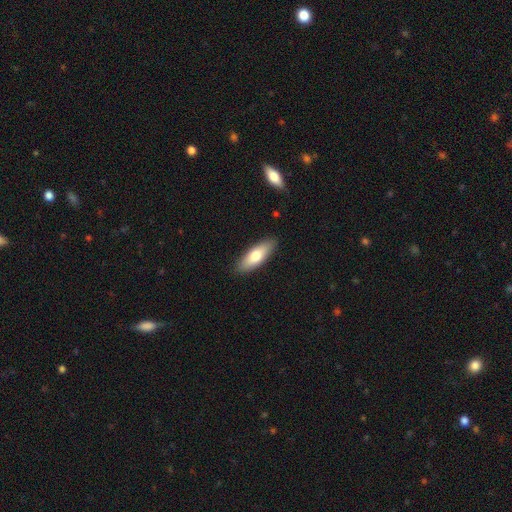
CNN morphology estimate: Smooth or featured? Predicted: smooth (p=0.71). How rounded? Predicted: in between (p=0.63). Merging? Predicted: none (p=0.89).